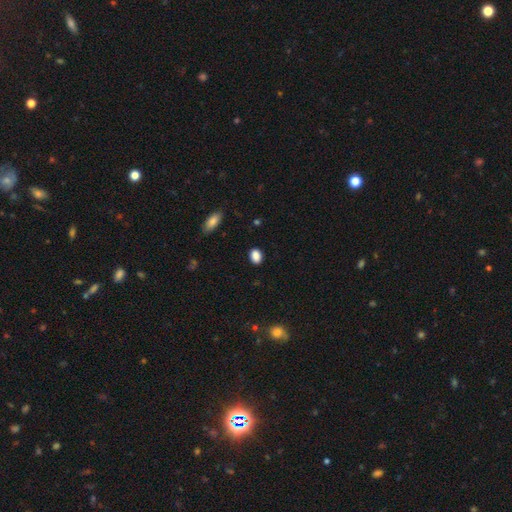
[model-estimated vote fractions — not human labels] Morphology: type=smooth (88%); roundness=in between (75%); merging=none (87%).